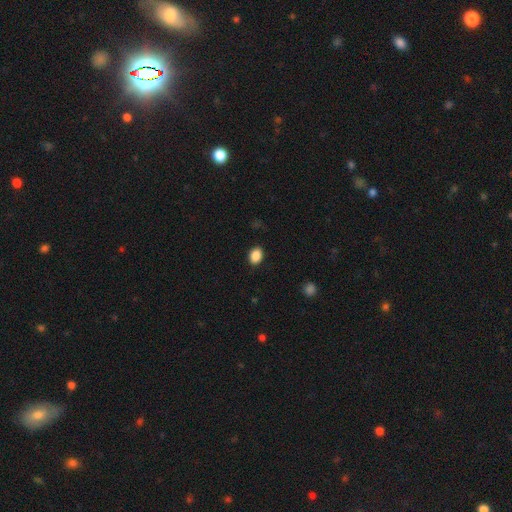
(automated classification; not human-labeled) The model was most divided on "how rounded": in between: 67%, round: 32%, cigar-shaped: 1%. More confident: merging — none (89%); smooth or featured — smooth (88%).